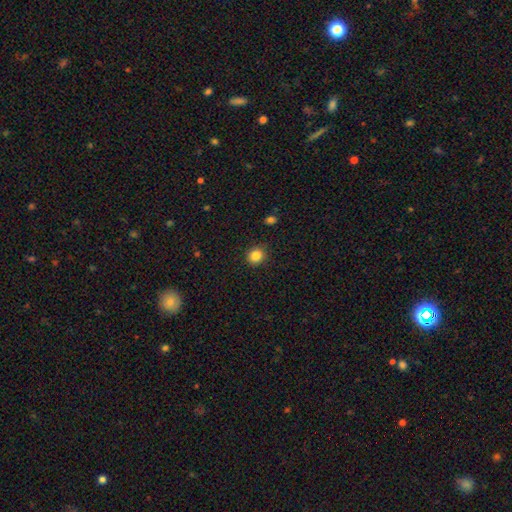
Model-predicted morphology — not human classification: A smooth galaxy with no disk features (84%) that is round (87%).

Vote fractions:
- Smooth or featured? smooth: 84% / star or artifact: 11% / featured or disk: 5%
- How rounded? round: 87% / in between: 12% / cigar-shaped: 1%
- Merging? none: 90% / minor disturbance: 7% / major disturbance: 2% / merger: 1%